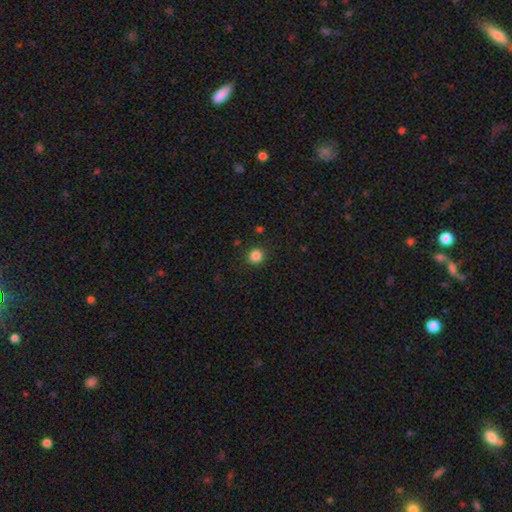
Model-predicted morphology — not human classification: smooth 85%, star or artifact 11%, featured or disk 4%. Down the decision tree: how rounded — round (88%); merging — none (91%).